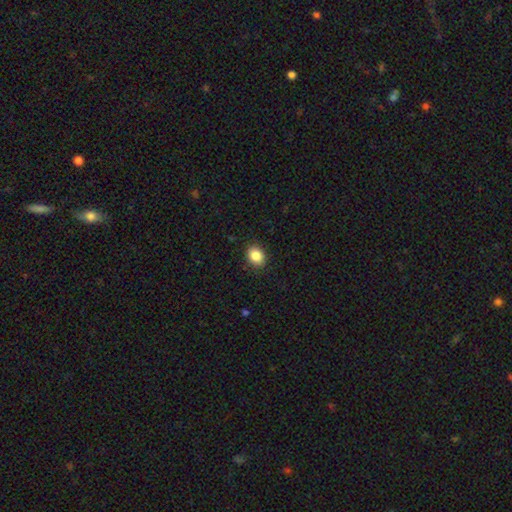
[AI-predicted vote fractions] A smooth galaxy with no disk features (87%) that is in between round and cigar-shaped (60%).

Vote fractions:
- Smooth or featured? smooth: 87% / star or artifact: 9% / featured or disk: 4%
- How rounded? in between: 60% / round: 39% / cigar-shaped: 1%
- Merging? none: 88% / minor disturbance: 9% / major disturbance: 2% / merger: 1%